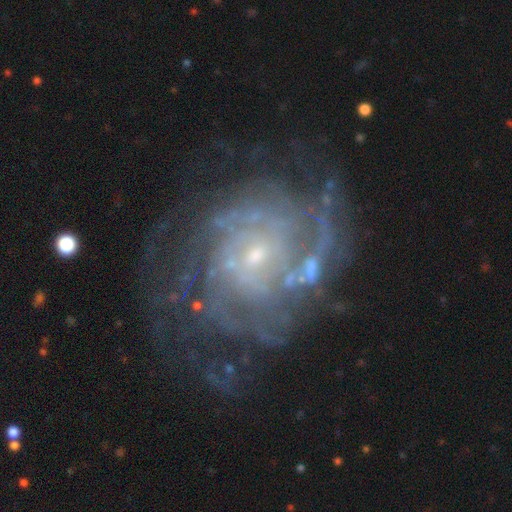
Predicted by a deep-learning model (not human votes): Smooth or featured?
  - featured or disk: 88% *
  - star or artifact: 7%
  - smooth: 5%
Edge-on disk?
  - no: 98% *
  - yes: 2%
Bar?
  - no: 65% *
  - weak: 28%
  - strong: 6%
Spiral arms?
  - yes: 94% *
  - no: 6%
Spiral winding?
  - tight: 65% *
  - medium: 28%
  - loose: 7%
Spiral arm count?
  - can't tell: 35% *
  - 4: 18%
  - 3: 14%
  - 2: 14%
  - more than 4: 12%
  - 1: 8%
Bulge size?
  - small: 75% *
  - moderate: 20%
  - none: 3%
  - large: 2%
  - dominant: 1%
Merging?
  - none: 64% *
  - minor disturbance: 18%
  - major disturbance: 14%
  - merger: 4%